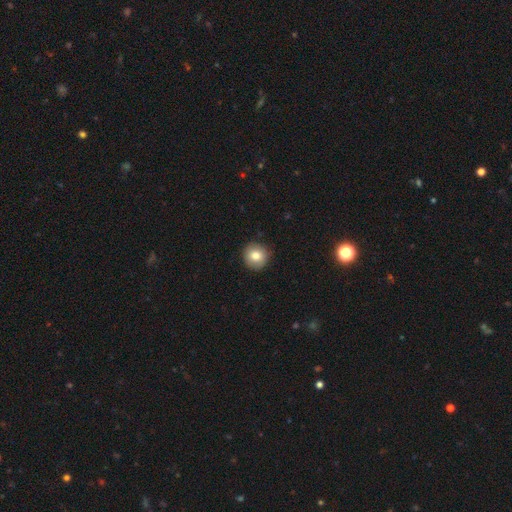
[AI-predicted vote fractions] A smooth galaxy with no disk features (81%) that is round (93%).

Vote fractions:
- Smooth or featured? smooth: 81% / featured or disk: 10% / star or artifact: 9%
- How rounded? round: 93% / in between: 6% / cigar-shaped: 1%
- Merging? none: 89% / minor disturbance: 8% / major disturbance: 2% / merger: 1%